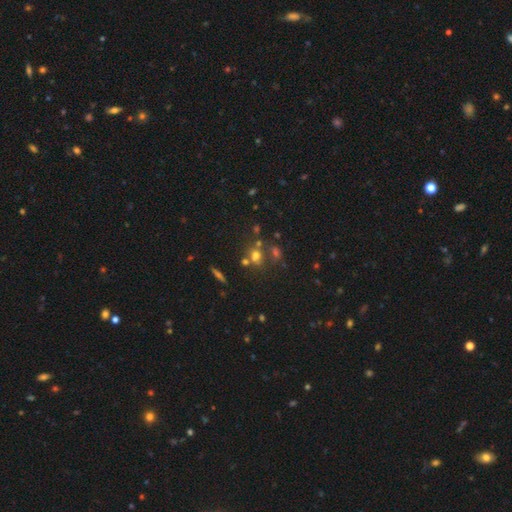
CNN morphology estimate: A smooth galaxy with no disk features (57%) that is round (67%). Merging: none (54%).